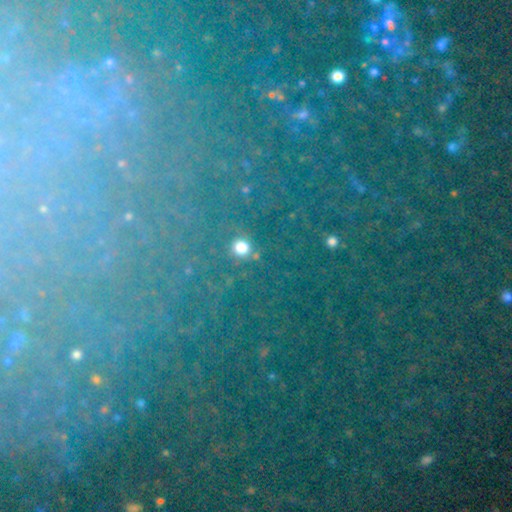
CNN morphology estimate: A star or artifact, not a galaxy (72%).

Vote fractions:
- Smooth or featured? star or artifact: 72% / smooth: 17% / featured or disk: 11%